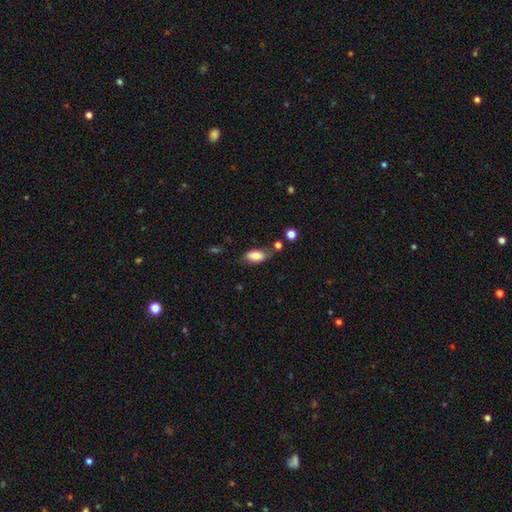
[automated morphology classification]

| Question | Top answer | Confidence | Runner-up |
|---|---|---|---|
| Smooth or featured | smooth | 79% | featured or disk (13%) |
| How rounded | in between | 90% | cigar-shaped (7%) |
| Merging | none | 59% | minor disturbance (25%) |